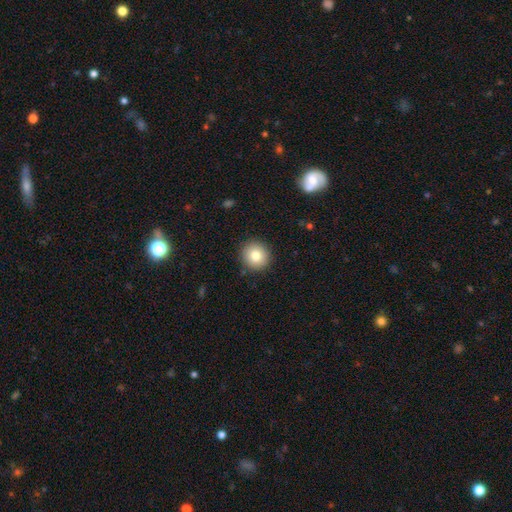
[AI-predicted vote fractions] Overall: smooth (81%). How rounded: round (93%). Merging: none (91%).